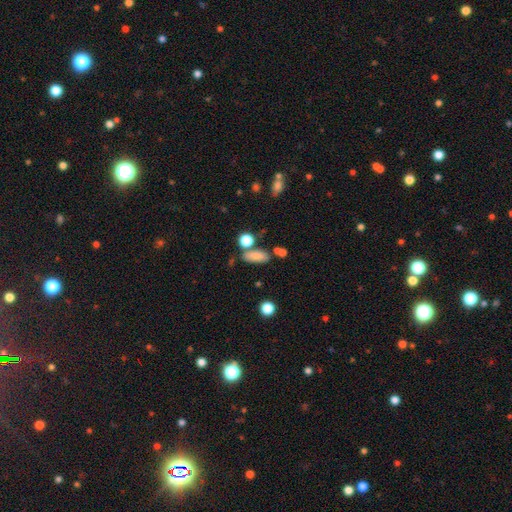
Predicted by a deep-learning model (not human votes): Morphology: type=smooth (80%); roundness=in between (75%); merging=none (66%).